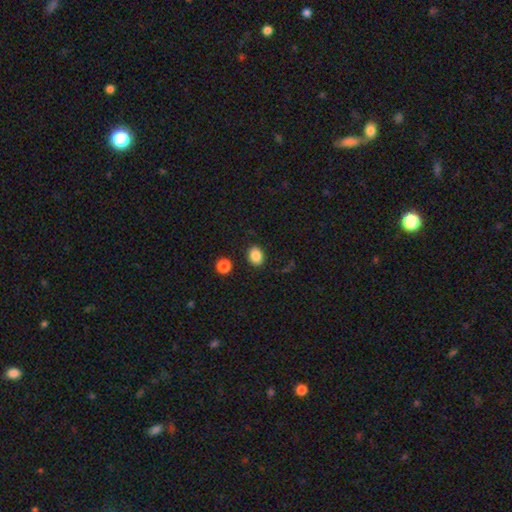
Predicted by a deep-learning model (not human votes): This is clearly a smooth galaxy (87%). How rounded: likely in between (66%). Merging: clearly none (86%).